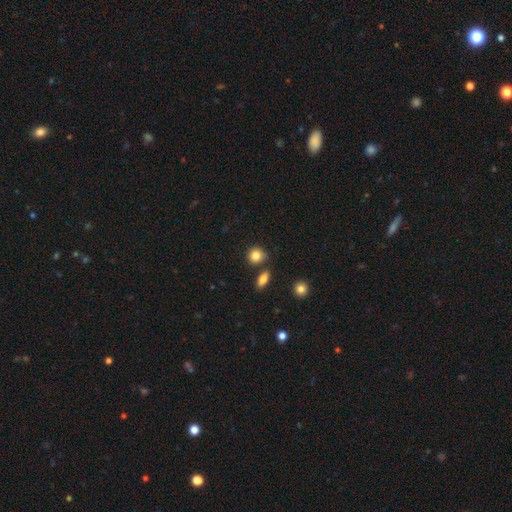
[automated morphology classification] Smooth or featured? Predicted: smooth (p=0.85). How rounded? Predicted: round (p=0.79). Merging? Predicted: none (p=0.76).